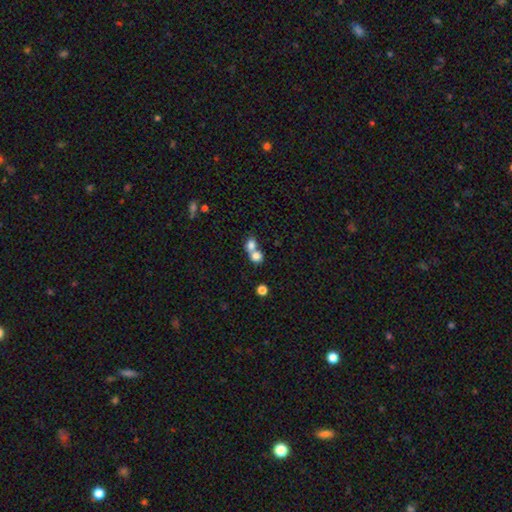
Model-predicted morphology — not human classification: Overall: smooth (79%). How rounded: round (66%; in between 33%). Merging: merger (67%).